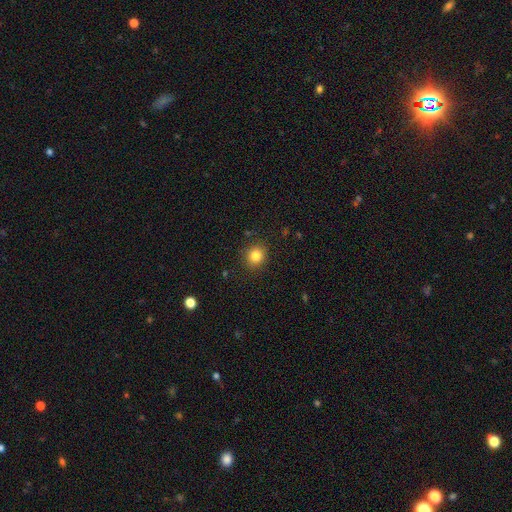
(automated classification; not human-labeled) Overall: smooth (83%). How rounded: round (84%). Merging: none (88%).